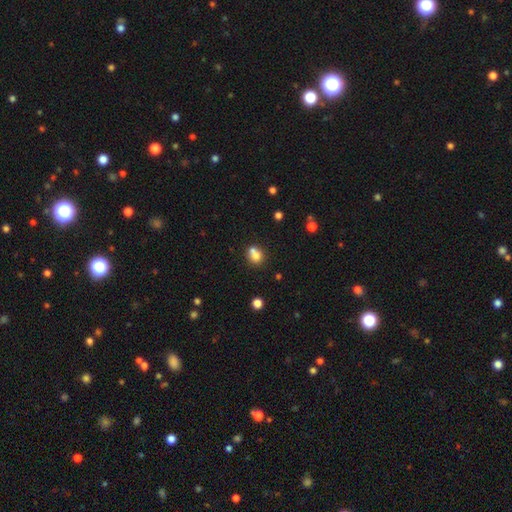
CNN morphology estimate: A smooth galaxy with no disk features (75%) that is round (64%). Merging: merger (49%).